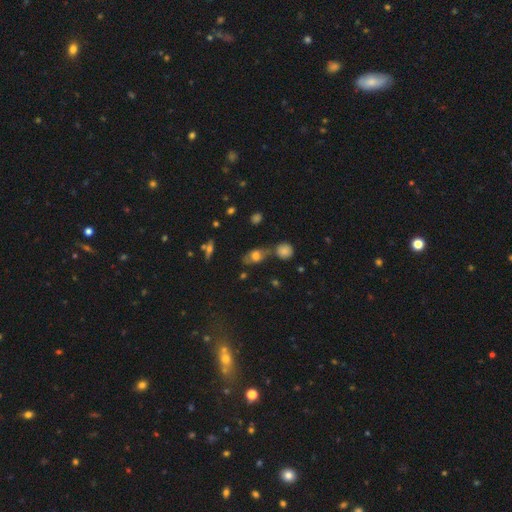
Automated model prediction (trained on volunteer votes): smooth 63%, featured or disk 24%, star or artifact 13%. Down the decision tree: how rounded — in between (76%); merging — none (62%).